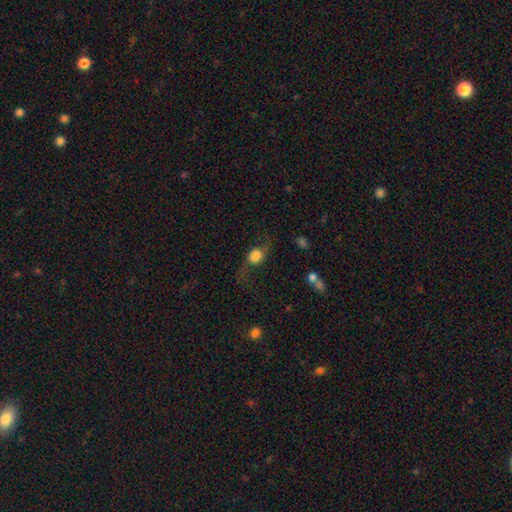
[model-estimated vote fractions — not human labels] smooth_or_featured: featured or disk (p=0.54) [alt: smooth p=0.36]
disk_edge_on: no (p=0.89) [alt: yes p=0.11]
merging: none (p=0.57) [alt: major disturbance p=0.22]